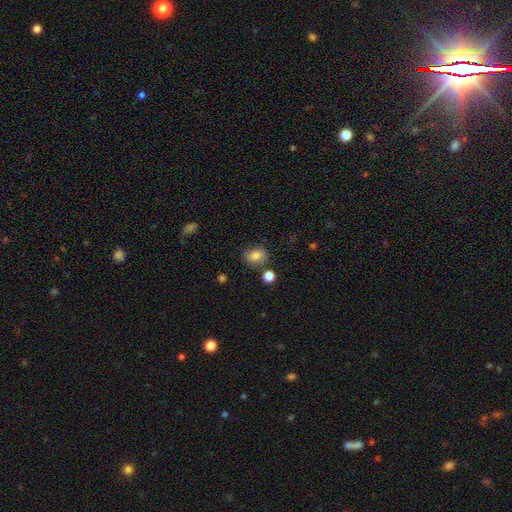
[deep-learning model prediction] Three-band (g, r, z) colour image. It shows a smooth galaxy with no disk features (80%) that is in between round and cigar-shaped (56%). Merging: none (75%).